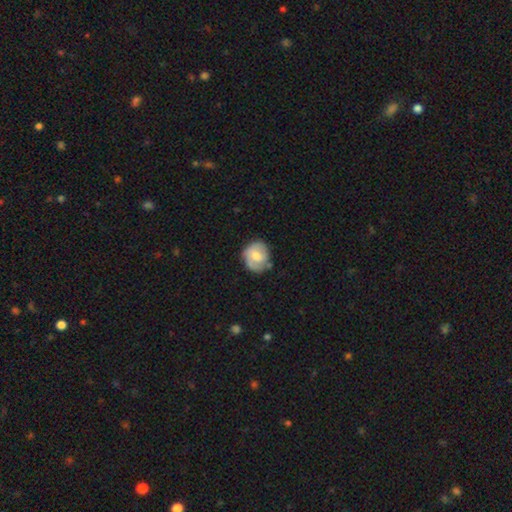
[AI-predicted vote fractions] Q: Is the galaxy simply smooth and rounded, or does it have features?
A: featured or disk — 53%.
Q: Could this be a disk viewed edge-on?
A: no — 97%.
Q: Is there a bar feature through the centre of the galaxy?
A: no — 64%.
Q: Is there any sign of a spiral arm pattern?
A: yes — 80%.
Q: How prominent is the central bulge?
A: moderate — 60%.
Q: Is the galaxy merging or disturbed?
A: none — 66%.